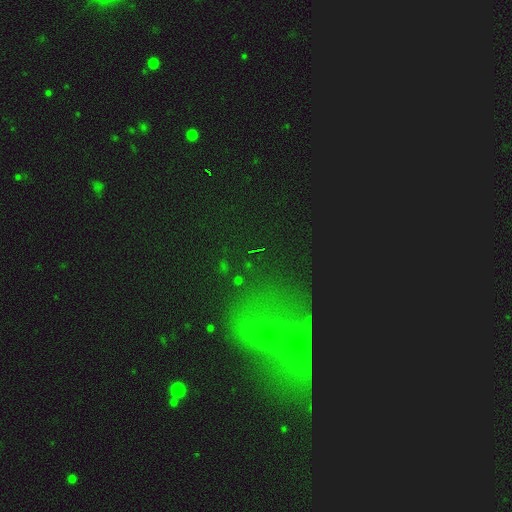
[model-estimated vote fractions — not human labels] Q: Smooth or featured?
A: star or artifact (55%); runner-up: smooth (25%)